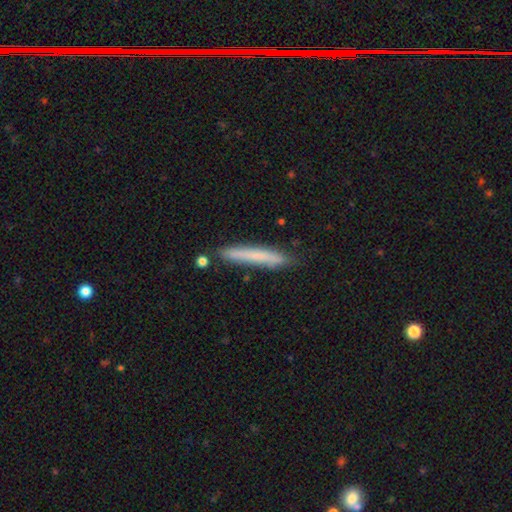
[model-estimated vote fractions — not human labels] Q: Smooth or featured?
A: smooth (70%); runner-up: featured or disk (23%)
Q: How rounded?
A: cigar-shaped (96%); runner-up: in between (3%)
Q: Merging?
A: none (81%); runner-up: minor disturbance (13%)